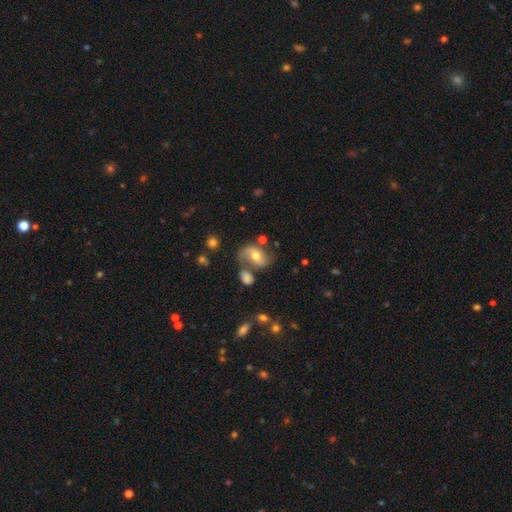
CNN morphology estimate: smooth_or_featured: featured or disk (p=0.58) [alt: smooth p=0.33]
disk_edge_on: no (p=0.96) [alt: yes p=0.04]
bar: no (p=0.44) [alt: weak p=0.39]
has_spiral_arms: yes (p=0.79) [alt: no p=0.21]
bulge_size: moderate (p=0.72) [alt: small p=0.15]
merging: none (p=0.51) [alt: minor disturbance p=0.20]